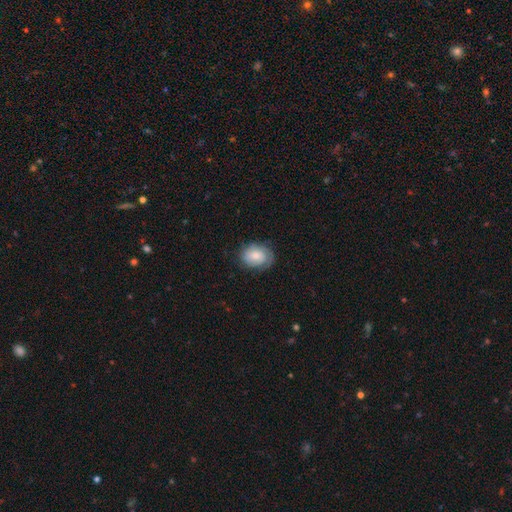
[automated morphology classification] Smooth or featured? smooth (61%)
How rounded? in between (68%)
Merging? none (72%)